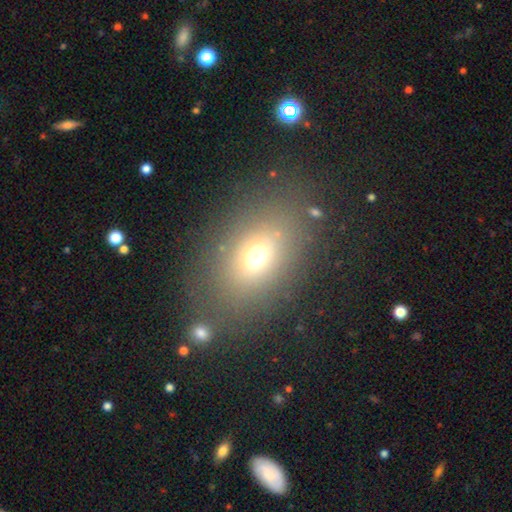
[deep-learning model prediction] Smooth or featured? smooth (66%)
How rounded? in between (66%)
Merging? none (74%)